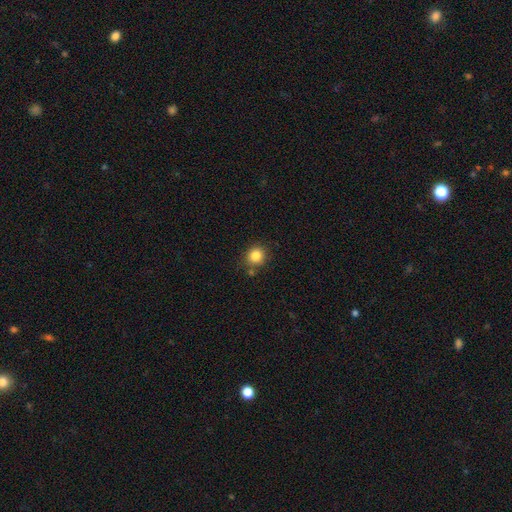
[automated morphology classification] Smooth or featured: smooth — 83% (star or artifact — 11%)
How rounded: round — 85% (in between — 15%)
Merging: none — 80% (minor disturbance — 11%)